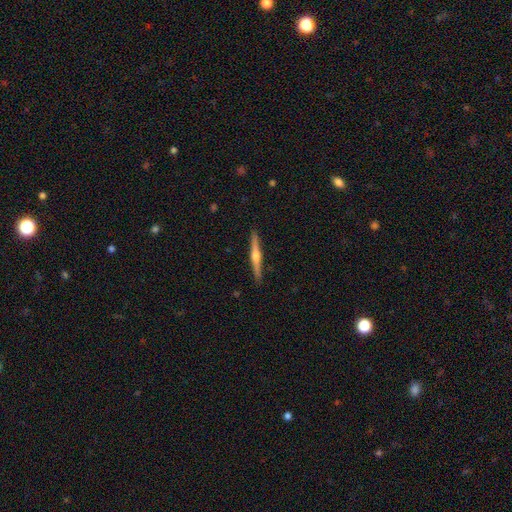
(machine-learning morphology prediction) Overall: featured or disk (72%). Edge-on disk: yes (98%). Edge-on bulge: rounded (91%). Merging: none (91%).